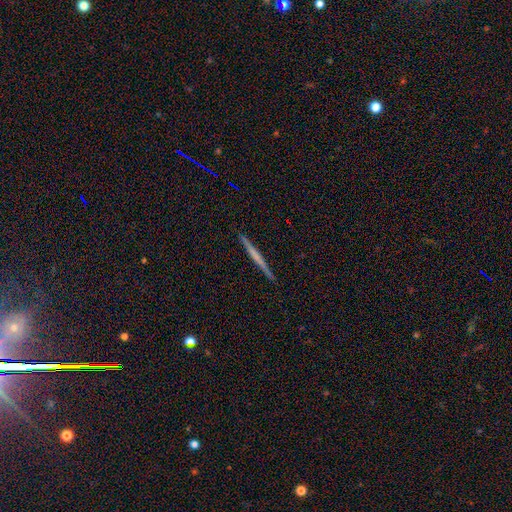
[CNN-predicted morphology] Smooth or featured?
  - featured or disk: 54% *
  - smooth: 40%
  - star or artifact: 6%
Edge-on disk?
  - yes: 98% *
  - no: 2%
Edge-on bulge?
  - none: 79% *
  - rounded: 14%
  - boxy: 7%
Merging?
  - none: 92% *
  - minor disturbance: 5%
  - major disturbance: 1%
  - merger: 1%